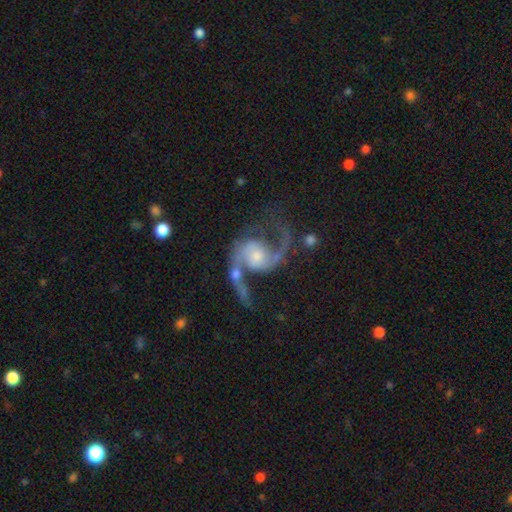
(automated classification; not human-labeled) A featured or disk galaxy (91%) with no bar (59%), 2 (93%) loose (60%) spiral arms (97%) and a moderate central bulge (42%). Merging: none (52%).